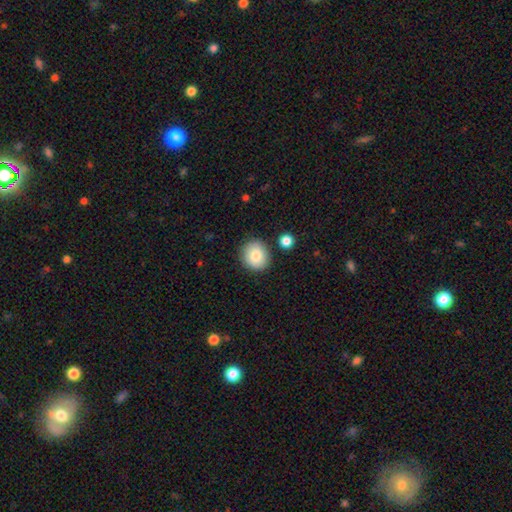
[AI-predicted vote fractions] Morphology: type=smooth (83%); roundness=round (80%); merging=none (85%).